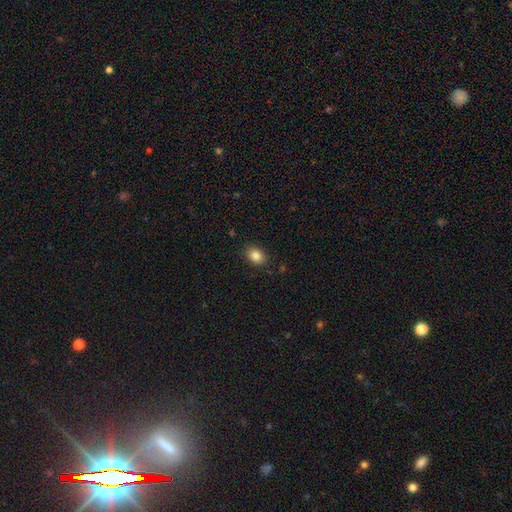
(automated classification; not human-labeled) smooth-or-featured: smooth: 86% | star or artifact: 9% | featured or disk: 5%
  how-rounded: in between: 65% | round: 34% | cigar-shaped: 1%
  merging: none: 87% | minor disturbance: 9% | major disturbance: 3% | merger: 1%